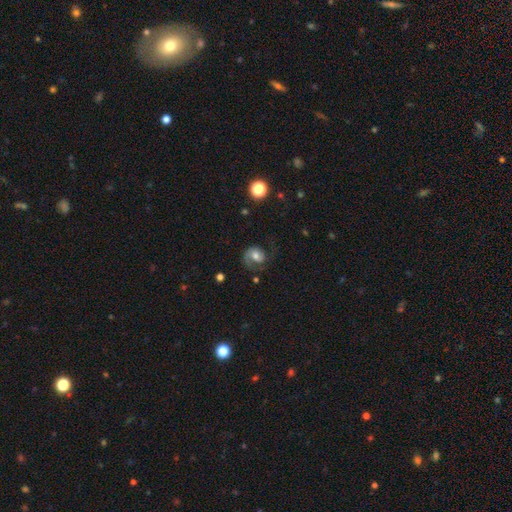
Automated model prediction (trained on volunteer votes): Smooth or featured? Predicted: featured or disk (p=0.67). Edge-on disk? Predicted: no (p=0.98). Bar? Predicted: no (p=0.61). Spiral arms? Predicted: yes (p=0.91). Spiral winding? Predicted: medium (p=0.44). Spiral arm count? Predicted: 1 (p=0.47). Bulge size? Predicted: moderate (p=0.61). Merging? Predicted: none (p=0.56).